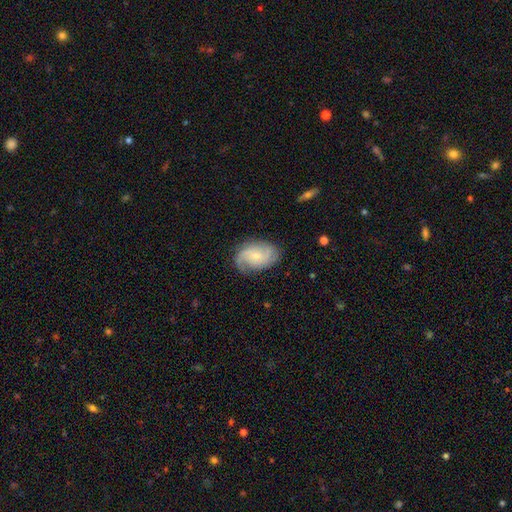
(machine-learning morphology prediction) This appears to be a featured or disk galaxy (71%) with no bar (62%), 2 (48%) medium (44%) spiral arms (94%) and a small central bulge (67%). Merging: none (73%).